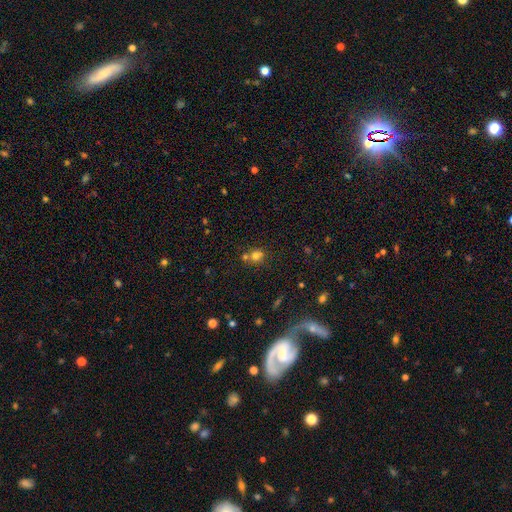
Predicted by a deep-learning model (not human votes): Smooth or featured? smooth (68%)
How rounded? round (79%)
Merging? none (48%)